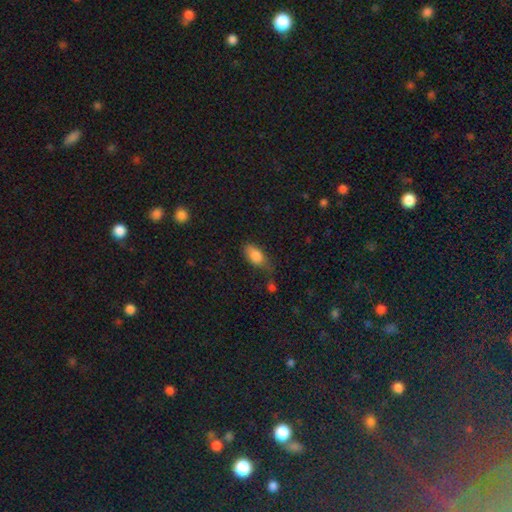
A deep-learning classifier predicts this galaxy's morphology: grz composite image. It shows a smooth galaxy with no disk features (83%) that is in between round and cigar-shaped (88%). Merging: none (50%).